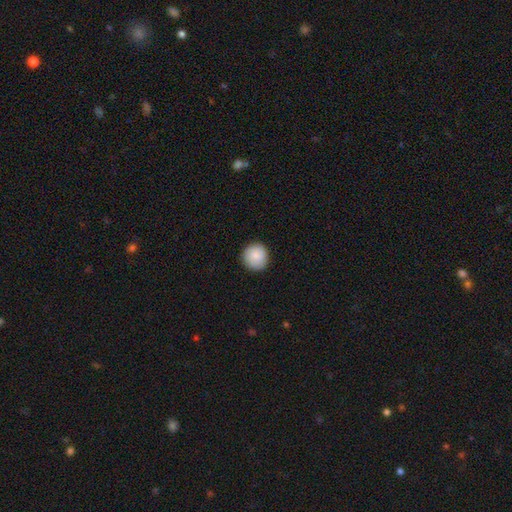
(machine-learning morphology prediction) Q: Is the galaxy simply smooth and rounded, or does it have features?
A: smooth — 85%.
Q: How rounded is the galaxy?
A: round — 95%.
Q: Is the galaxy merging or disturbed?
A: none — 89%.